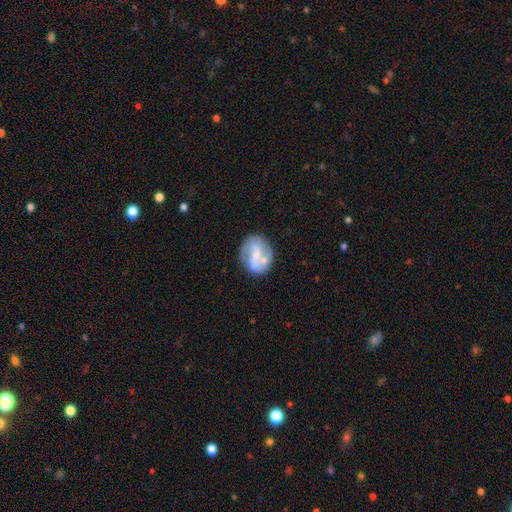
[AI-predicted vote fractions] featured or disk 63%, smooth 30%, star or artifact 7%. Down the decision tree: edge-on disk — no (97%); bar — no (36%); spiral arms — yes (61%); bulge size — small (46%); merging — none (57%).